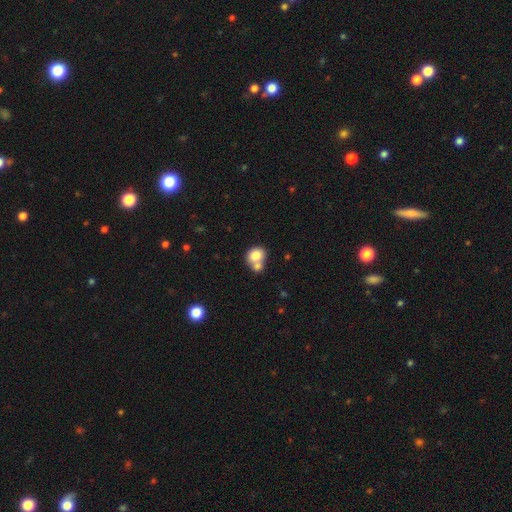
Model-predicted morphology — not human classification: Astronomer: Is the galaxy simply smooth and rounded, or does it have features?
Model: smooth — 79%.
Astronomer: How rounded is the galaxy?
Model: round — 66%.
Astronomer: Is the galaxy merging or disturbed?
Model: merger — 53% (runner-up: none, 35%).